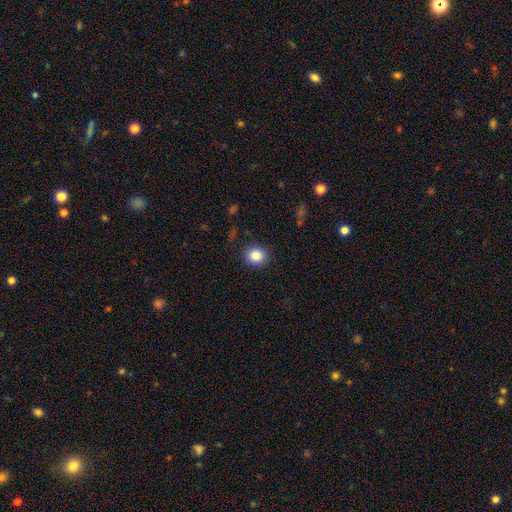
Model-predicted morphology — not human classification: Smooth or featured? Predicted: smooth (p=0.86). How rounded? Predicted: round (p=0.79). Merging? Predicted: none (p=0.88).